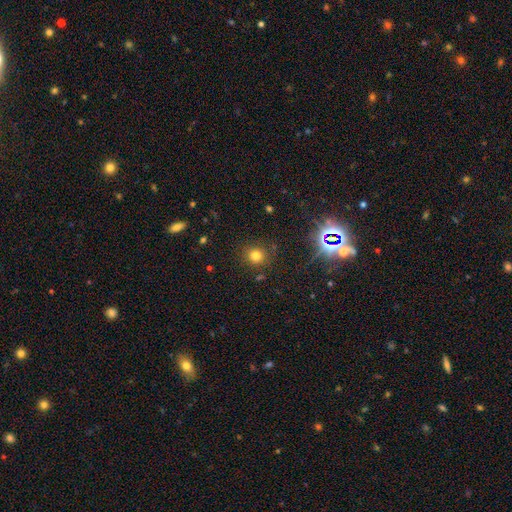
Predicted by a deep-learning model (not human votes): This is likely a smooth galaxy (72%). How rounded: clearly round (87%). Merging: clearly none (84%).